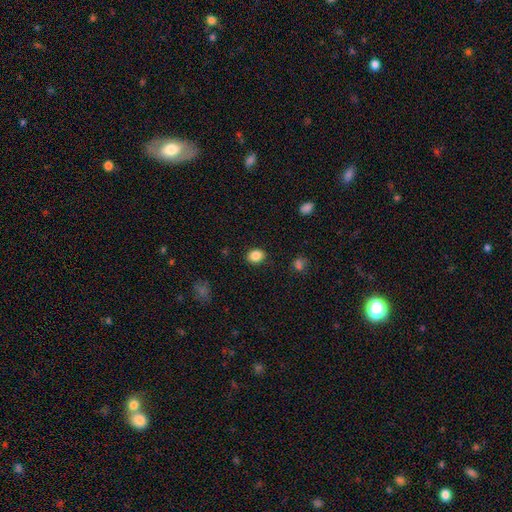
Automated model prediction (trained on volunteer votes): Smooth or featured?
  - smooth: 85% *
  - star or artifact: 10%
  - featured or disk: 5%
How rounded?
  - in between: 50% *
  - round: 49%
  - cigar-shaped: 1%
Merging?
  - none: 86% *
  - minor disturbance: 10%
  - major disturbance: 3%
  - merger: 1%